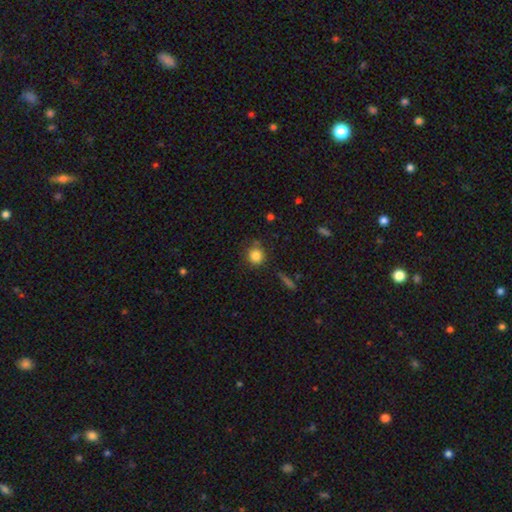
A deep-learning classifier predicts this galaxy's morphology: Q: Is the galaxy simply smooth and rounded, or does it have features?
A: smooth — 83%.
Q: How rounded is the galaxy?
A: round — 90%.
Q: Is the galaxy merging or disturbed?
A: none — 81%.